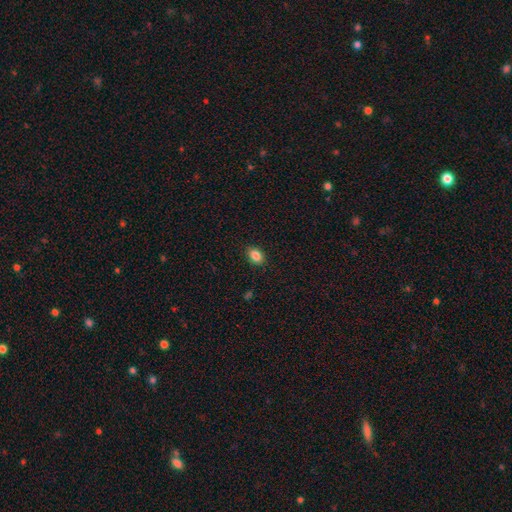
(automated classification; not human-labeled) Smooth or featured: smooth — 86% (star or artifact — 9%)
How rounded: in between — 77% (round — 22%)
Merging: none — 89% (minor disturbance — 8%)